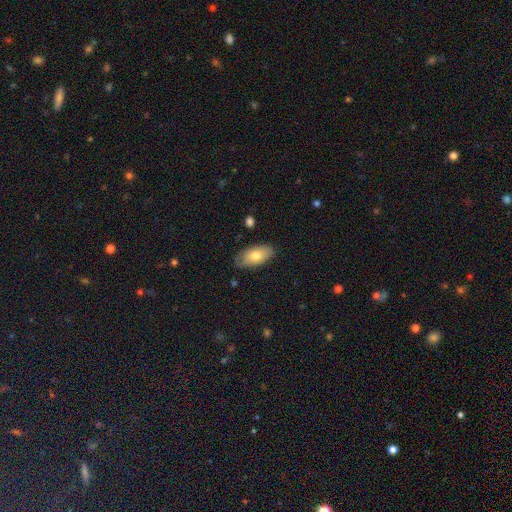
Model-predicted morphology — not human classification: This is likely a smooth galaxy (74%). How rounded: clearly in between (93%). Merging: likely none (78%).